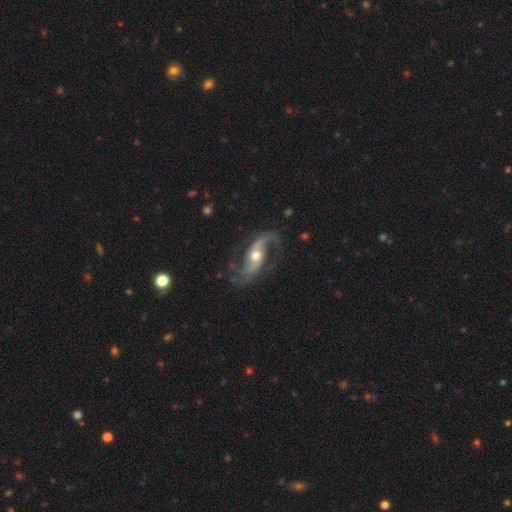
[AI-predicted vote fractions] The model was most divided on "bar": no: 44%, weak: 33%, strong: 24%. More confident: spiral arms — yes (97%); edge-on disk — no (96%); spiral arm count — 2 (92%); smooth or featured — featured or disk (90%); bulge size — moderate (74%); merging — none (72%); spiral winding — loose (59%).